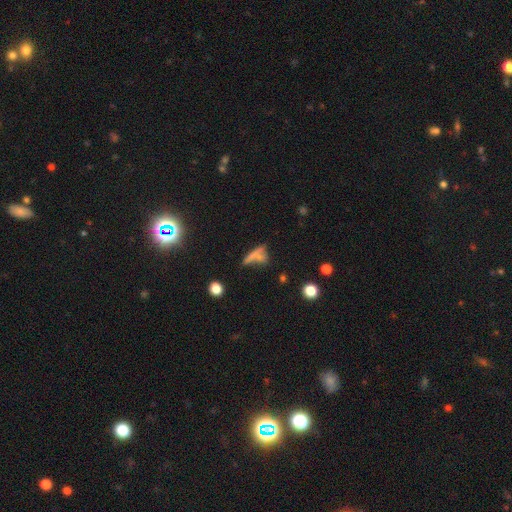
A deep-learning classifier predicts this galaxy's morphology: The model was most divided on "merging": none: 43%, merger: 30%, minor disturbance: 15%, major disturbance: 11%. More confident: smooth or featured — smooth (57%); how rounded — cigar-shaped (57%).